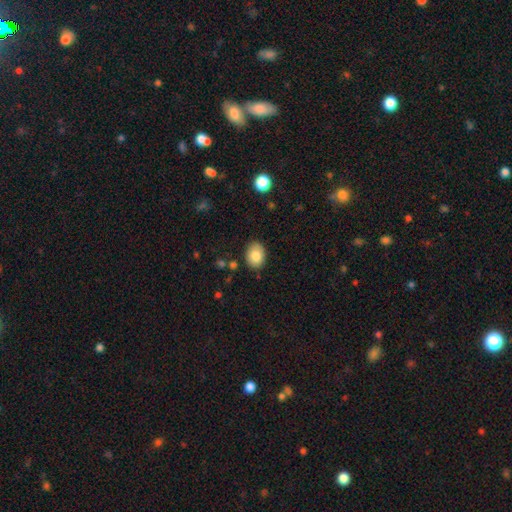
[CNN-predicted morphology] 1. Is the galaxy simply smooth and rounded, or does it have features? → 82% smooth, 10% featured or disk, 8% star or artifact.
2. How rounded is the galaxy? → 66% in between, 34% round, 1% cigar-shaped.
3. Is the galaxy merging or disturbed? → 84% none, 12% minor disturbance, 2% major disturbance, 2% merger.